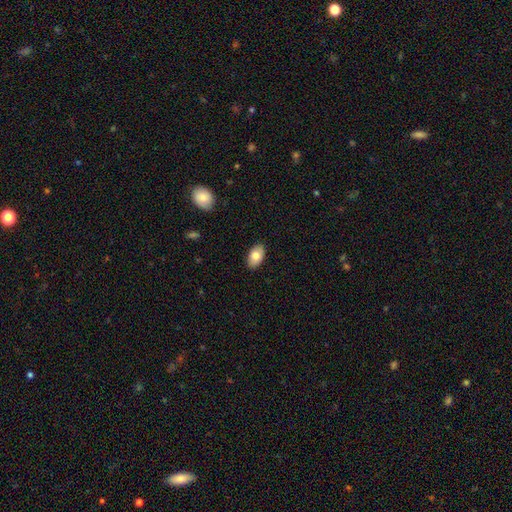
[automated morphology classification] Q: Smooth or featured?
A: smooth (79%); runner-up: featured or disk (14%)
Q: How rounded?
A: in between (93%); runner-up: round (5%)
Q: Merging?
A: none (88%); runner-up: minor disturbance (9%)